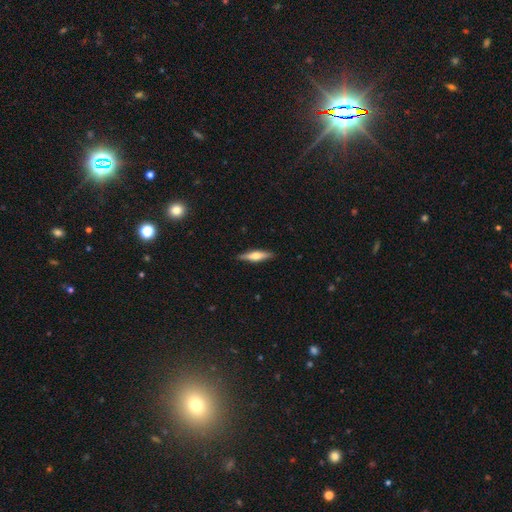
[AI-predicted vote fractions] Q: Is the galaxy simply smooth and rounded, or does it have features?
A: featured or disk — 50%.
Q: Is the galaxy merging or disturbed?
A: none — 89%.